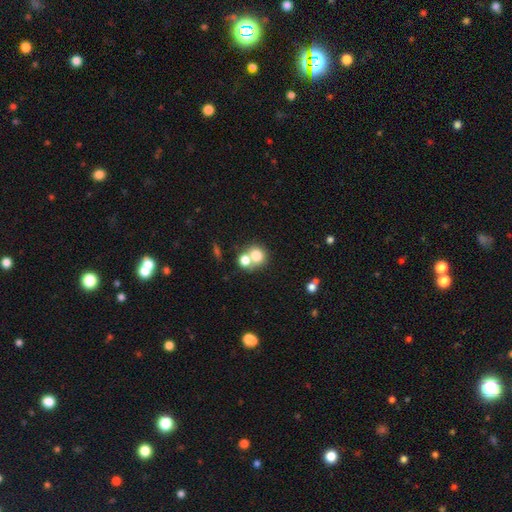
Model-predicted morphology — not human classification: Smooth or featured?
  - smooth: 75% *
  - featured or disk: 13%
  - star or artifact: 11%
How rounded?
  - round: 77% *
  - in between: 22%
  - cigar-shaped: 1%
Merging?
  - merger: 51% *
  - none: 38%
  - minor disturbance: 7%
  - major disturbance: 4%